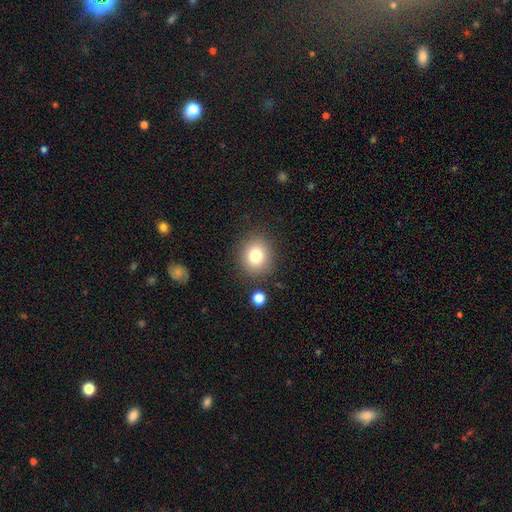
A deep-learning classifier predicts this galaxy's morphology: The model was most divided on "how rounded": round: 79%, in between: 20%, cigar-shaped: 1%. More confident: merging — none (85%); smooth or featured — smooth (80%).